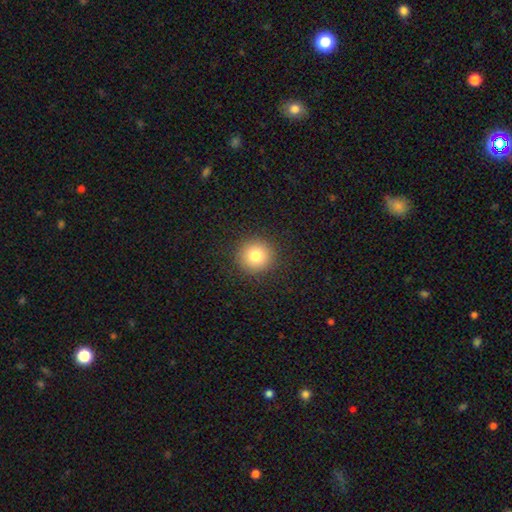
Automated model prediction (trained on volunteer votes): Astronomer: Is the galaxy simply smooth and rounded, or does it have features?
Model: smooth — 80%.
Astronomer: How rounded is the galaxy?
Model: round — 94%.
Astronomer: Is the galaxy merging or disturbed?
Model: none — 91%.